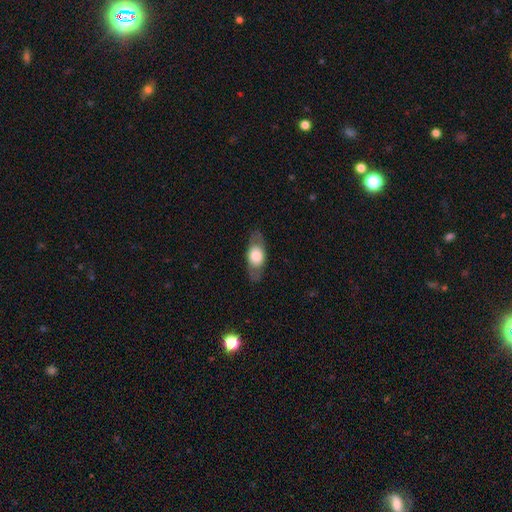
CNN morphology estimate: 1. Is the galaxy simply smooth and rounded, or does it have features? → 55% smooth, 39% featured or disk, 6% star or artifact.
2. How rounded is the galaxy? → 75% in between, 14% round, 11% cigar-shaped.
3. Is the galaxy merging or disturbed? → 82% none, 12% minor disturbance, 5% major disturbance, 1% merger.